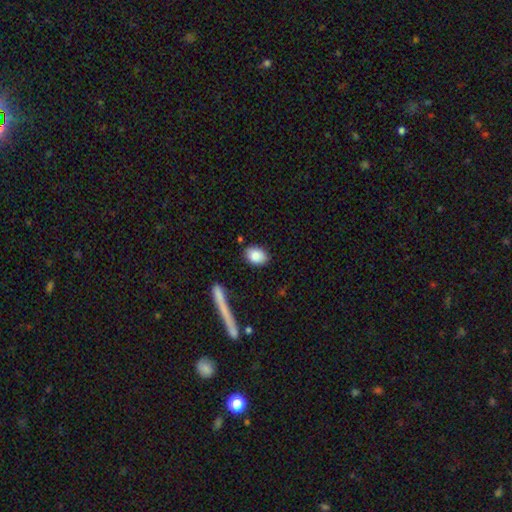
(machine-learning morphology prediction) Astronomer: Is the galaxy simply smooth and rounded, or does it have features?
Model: smooth — 85%.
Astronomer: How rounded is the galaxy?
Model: in between — 75%.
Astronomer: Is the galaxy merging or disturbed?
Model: none — 83%.